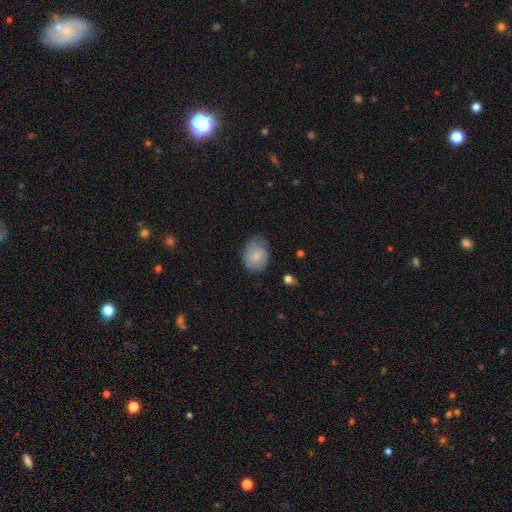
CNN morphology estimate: Smooth or featured? smooth (67%)
How rounded? in between (56%)
Merging? none (60%)